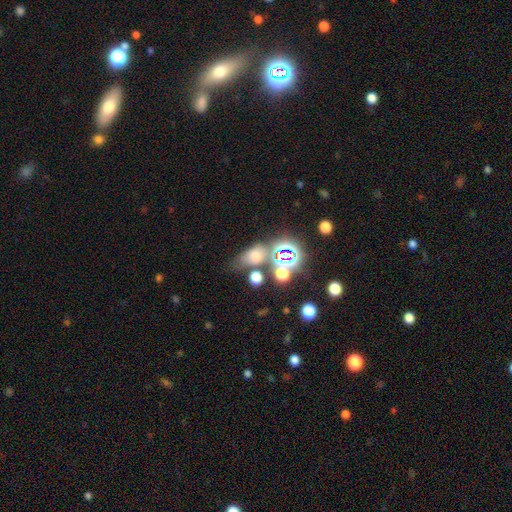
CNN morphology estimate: The model was most divided on "smooth or featured": smooth: 56%, star or artifact: 31%, featured or disk: 13%. More confident: how rounded — in between (65%); merging — none (53%).